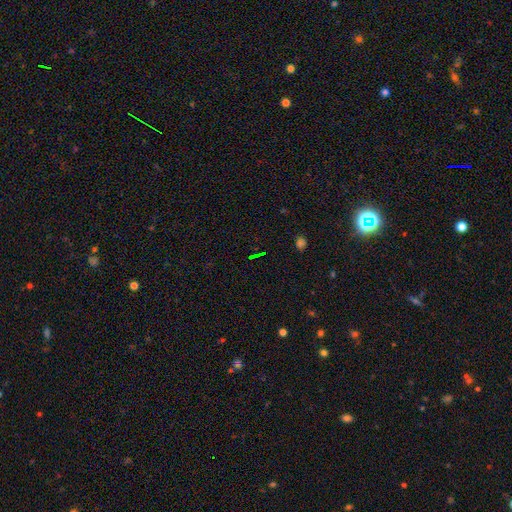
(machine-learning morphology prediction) A star or artifact, not a galaxy (72%).